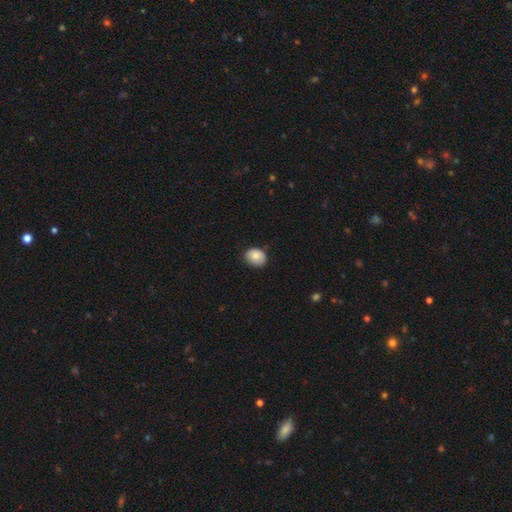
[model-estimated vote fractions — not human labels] This appears to be a smooth galaxy with no disk features (84%) that is round (52%). Merging: none (75%).